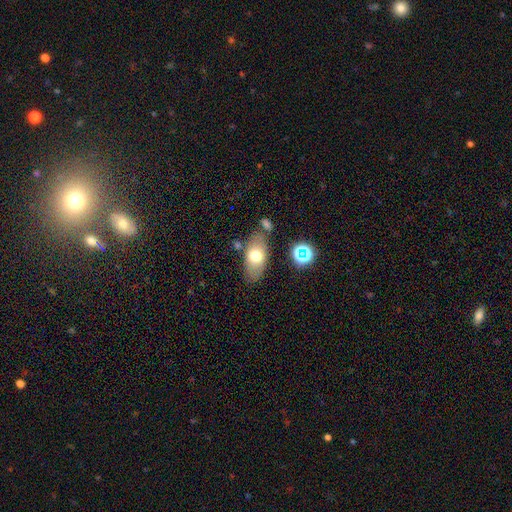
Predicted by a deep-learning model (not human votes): Smooth or featured: smooth — 68% (featured or disk — 24%)
How rounded: in between — 89% (round — 6%)
Merging: none — 73% (minor disturbance — 15%)